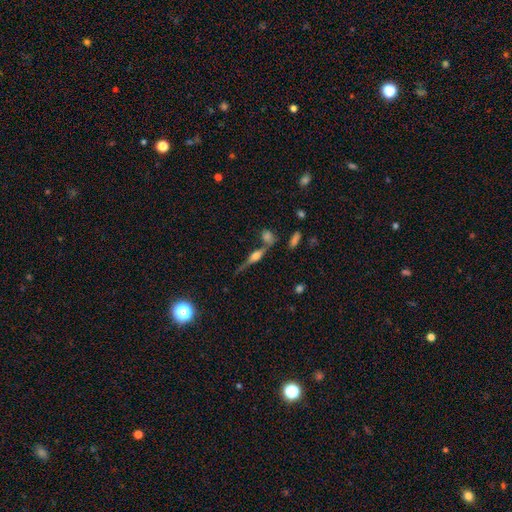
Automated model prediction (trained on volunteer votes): Smooth or featured?
  - featured or disk: 70% *
  - smooth: 20%
  - star or artifact: 10%
Edge-on disk?
  - yes: 95% *
  - no: 5%
Edge-on bulge?
  - rounded: 87% *
  - boxy: 10%
  - none: 3%
Merging?
  - none: 64% *
  - merger: 16%
  - minor disturbance: 14%
  - major disturbance: 6%